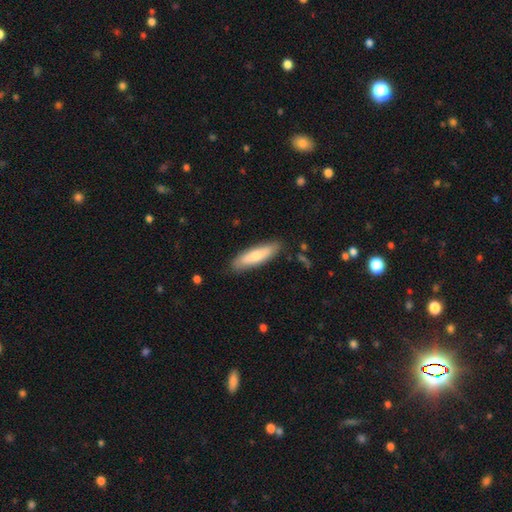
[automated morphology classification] type=smooth (71%); roundness=cigar-shaped (65%); merging=none (84%).